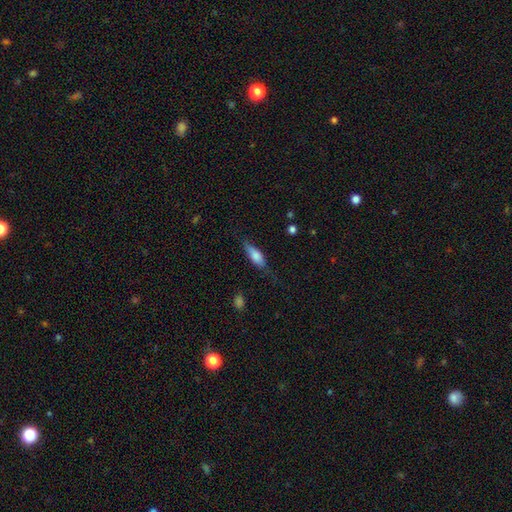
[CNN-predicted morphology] smooth-or-featured: smooth: 68% | featured or disk: 25% | star or artifact: 7%
  how-rounded: in between: 62% | cigar-shaped: 35% | round: 3%
  merging: none: 61% | minor disturbance: 27% | major disturbance: 10% | merger: 2%